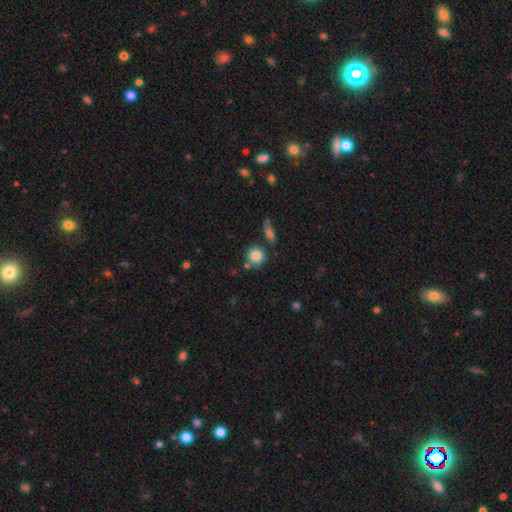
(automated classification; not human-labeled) This appears to be a smooth galaxy with no disk features (84%) that is round (88%). Merging: none (74%).